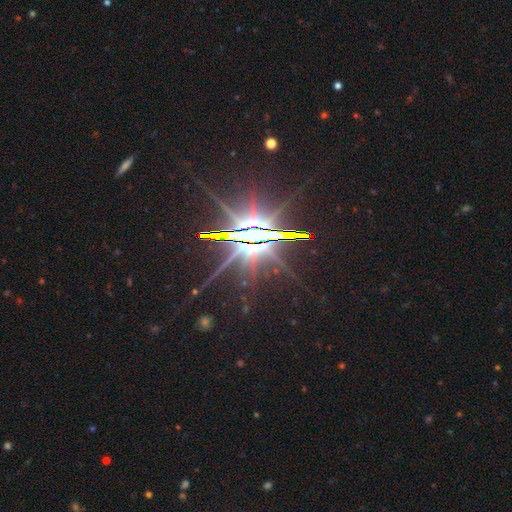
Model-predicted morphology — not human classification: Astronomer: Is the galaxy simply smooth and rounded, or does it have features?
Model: star or artifact — 80%.